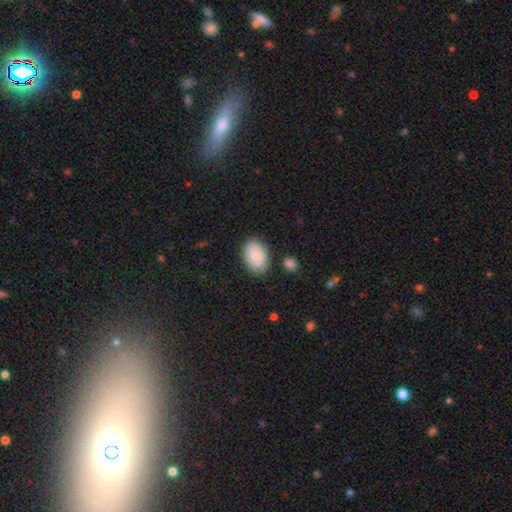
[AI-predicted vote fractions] smooth-or-featured: smooth: 81% | featured or disk: 12% | star or artifact: 7%
  how-rounded: in between: 88% | round: 11% | cigar-shaped: 1%
  merging: none: 82% | minor disturbance: 12% | merger: 3% | major disturbance: 3%